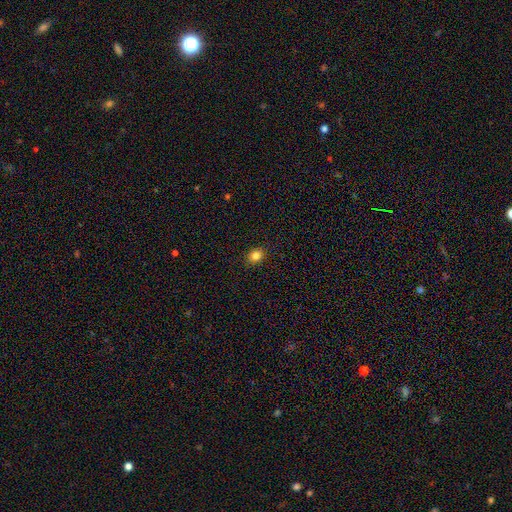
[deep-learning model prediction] Morphology: type=smooth (83%); roundness=round (50%); merging=none (90%).